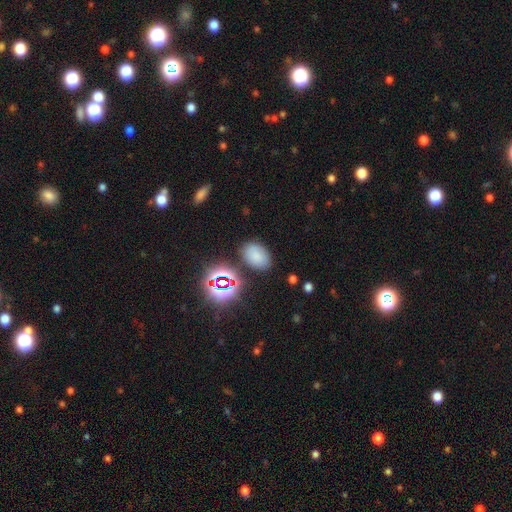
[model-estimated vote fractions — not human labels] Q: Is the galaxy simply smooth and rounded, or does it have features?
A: smooth — 72%.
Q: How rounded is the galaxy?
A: in between — 84%.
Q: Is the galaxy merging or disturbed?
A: none — 81%.